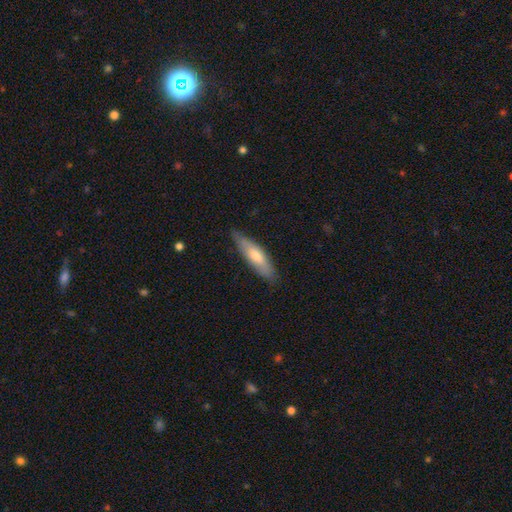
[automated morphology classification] This appears to be a smooth galaxy with no disk features (63%) that is cigar-shaped (67%). Merging: none (79%).